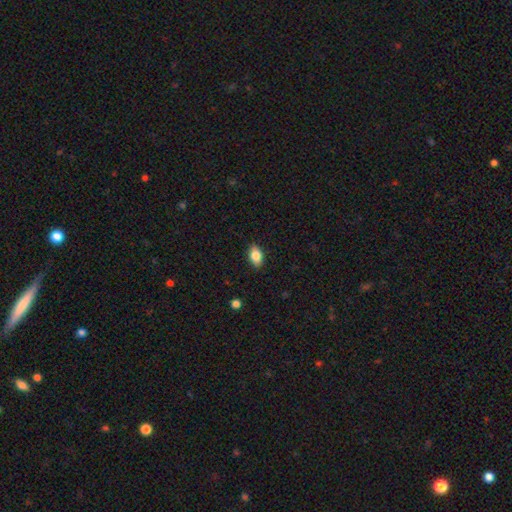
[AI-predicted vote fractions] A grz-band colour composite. It shows a smooth galaxy with no disk features (81%) that is in between round and cigar-shaped (87%). Merging: none (87%).